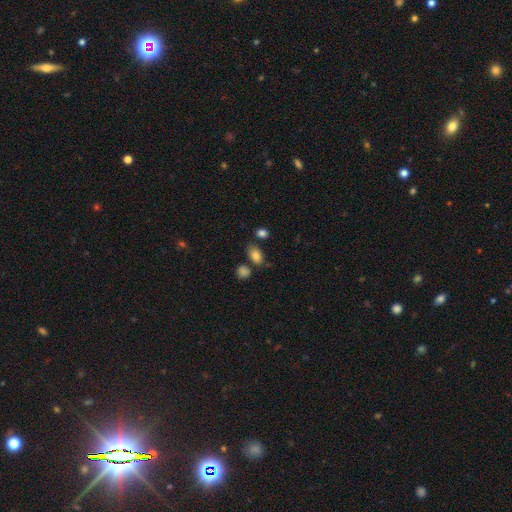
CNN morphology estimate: The model was most divided on "merging": none: 70%, minor disturbance: 14%, merger: 11%, major disturbance: 4%. More confident: smooth or featured — smooth (84%); how rounded — in between (83%).